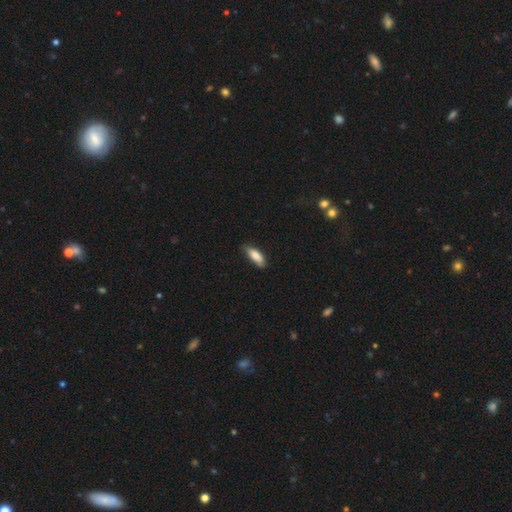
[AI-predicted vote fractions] smooth-or-featured: smooth: 82% | featured or disk: 12% | star or artifact: 6%
  how-rounded: in between: 65% | cigar-shaped: 33% | round: 2%
  merging: none: 72% | minor disturbance: 23% | major disturbance: 3% | merger: 1%